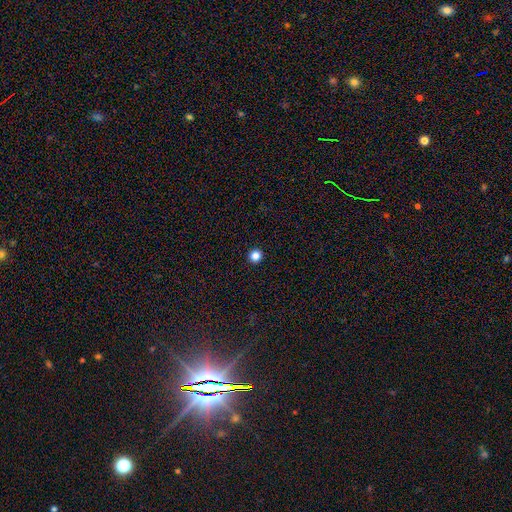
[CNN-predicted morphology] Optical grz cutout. It shows a smooth galaxy with no disk features (85%) that is round (96%). Merging: none (94%).